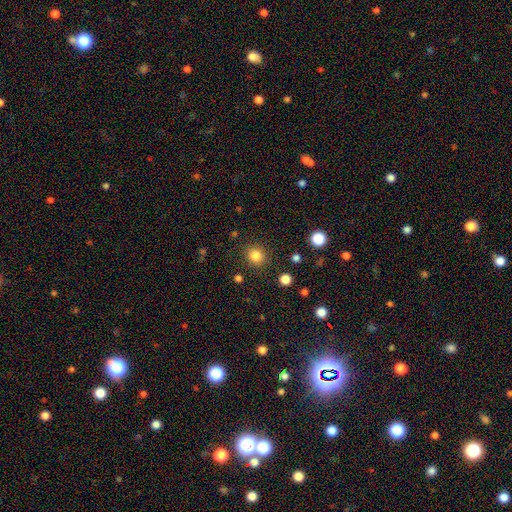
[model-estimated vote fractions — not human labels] A smooth galaxy with no disk features (83%) that is round (91%). Merging: none (89%).